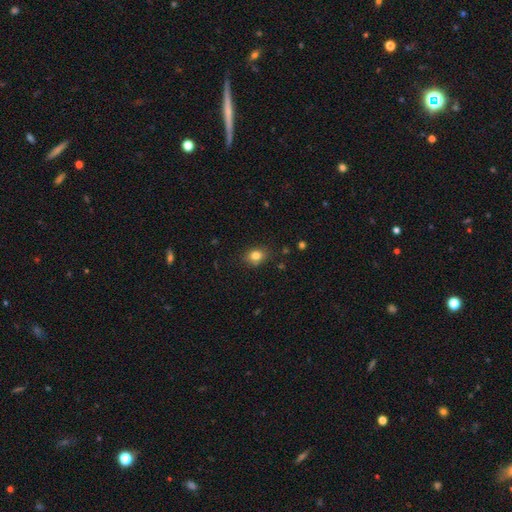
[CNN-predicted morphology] smooth 81%, star or artifact 12%, featured or disk 7%. Down the decision tree: how rounded — in between (53%); merging — none (81%).